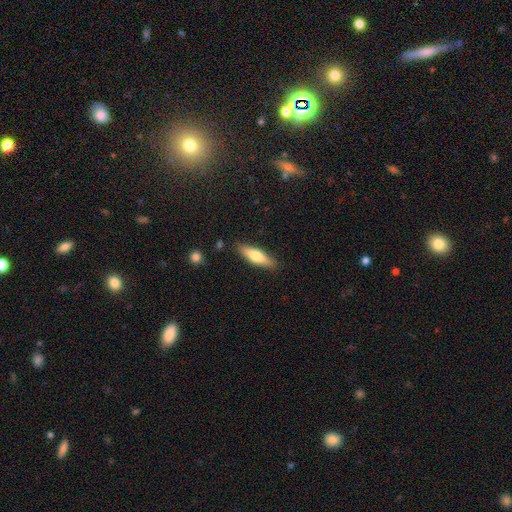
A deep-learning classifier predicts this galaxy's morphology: smooth_or_featured: smooth (p=0.60) [alt: featured or disk p=0.34]
how_rounded: cigar-shaped (p=0.62) [alt: in between p=0.36]
merging: none (p=0.86) [alt: minor disturbance p=0.10]